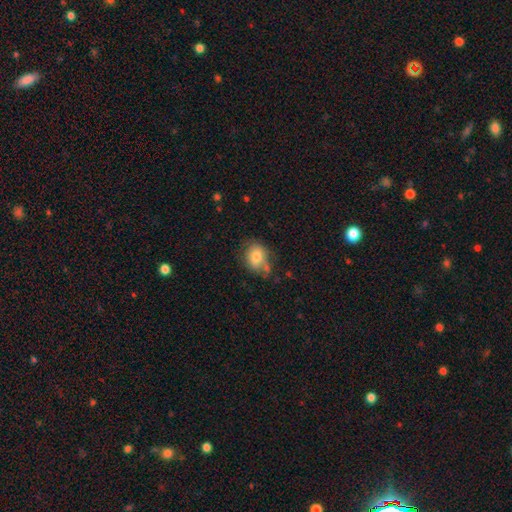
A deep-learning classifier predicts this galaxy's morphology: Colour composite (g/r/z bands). It shows a smooth galaxy with no disk features (73%) that is in between round and cigar-shaped (57%). Merging: none (56%).